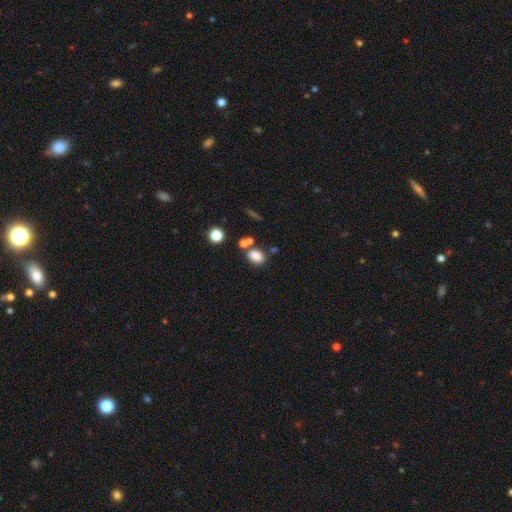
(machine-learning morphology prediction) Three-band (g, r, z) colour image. It shows a smooth galaxy with no disk features (81%) that is in between round and cigar-shaped (72%). Merging: none (63%).